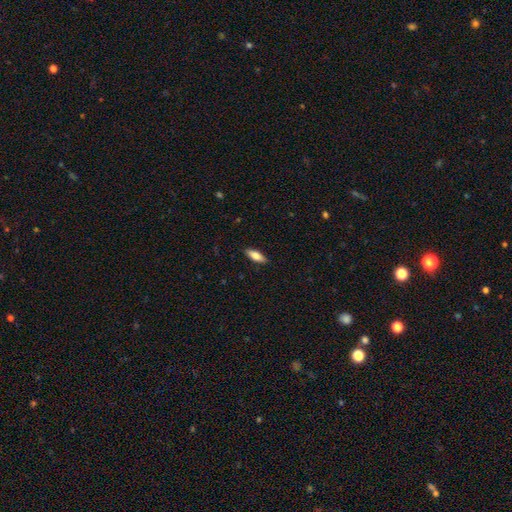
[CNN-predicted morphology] This is likely a smooth galaxy (72%). How rounded: likely in between (66%). Merging: clearly none (89%).